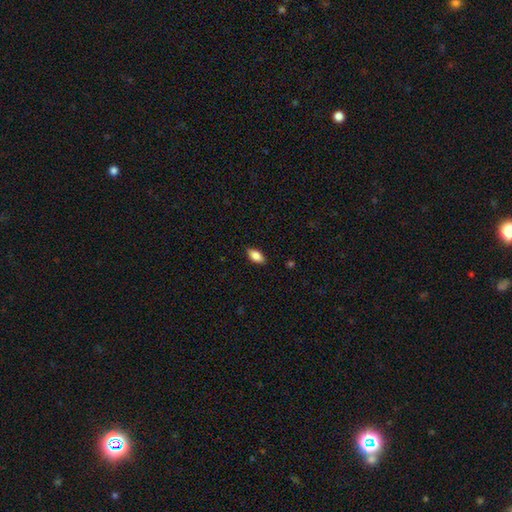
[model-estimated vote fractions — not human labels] smooth 83%, featured or disk 10%, star or artifact 7%. Down the decision tree: how rounded — in between (90%); merging — none (87%).